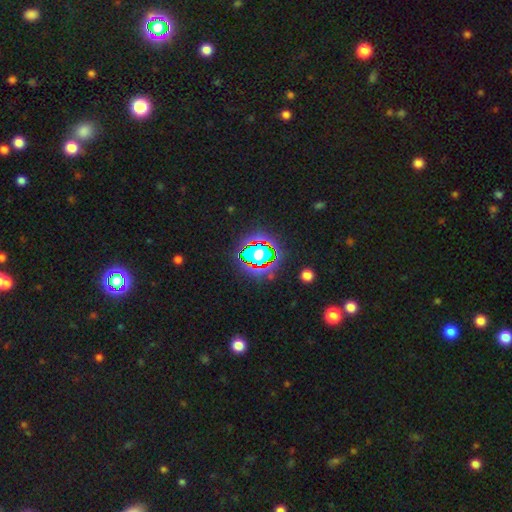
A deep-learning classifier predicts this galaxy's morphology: Smooth or featured? star or artifact (59%)